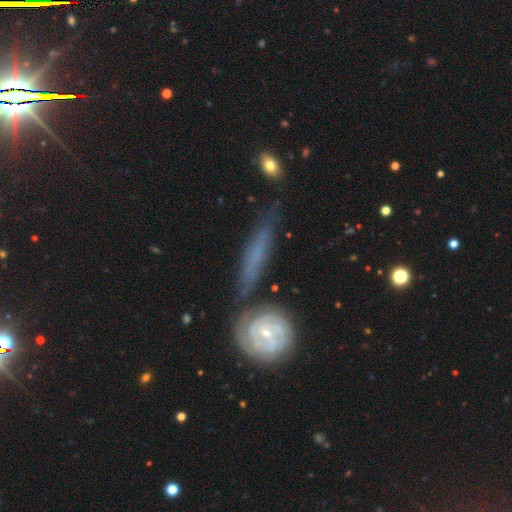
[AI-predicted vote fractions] Q: Smooth or featured?
A: featured or disk (57%); runner-up: smooth (32%)
Q: Edge-on disk?
A: no (51%); runner-up: yes (49%)
Q: Merging?
A: none (65%); runner-up: minor disturbance (17%)